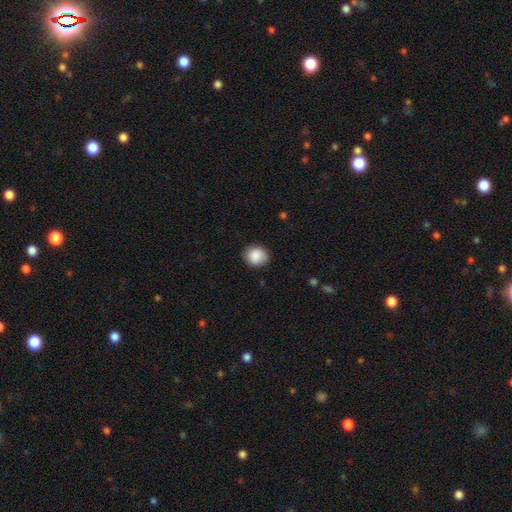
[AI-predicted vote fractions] Smooth or featured?
  - smooth: 88% *
  - star or artifact: 8%
  - featured or disk: 4%
How rounded?
  - round: 77% *
  - in between: 22%
  - cigar-shaped: 1%
Merging?
  - none: 83% *
  - minor disturbance: 13%
  - major disturbance: 3%
  - merger: 1%